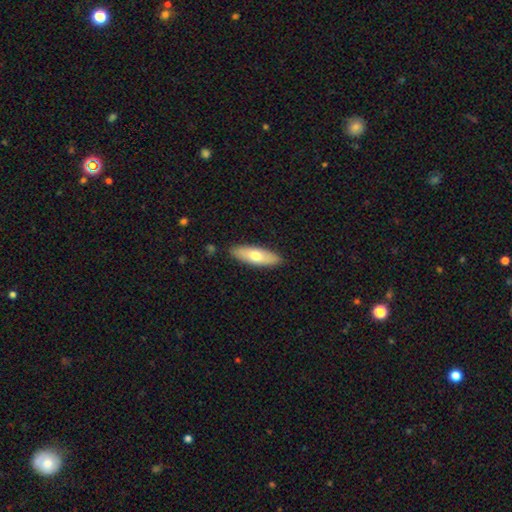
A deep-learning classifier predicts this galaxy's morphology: Smooth or featured? smooth (65%)
How rounded? in between (58%)
Merging? none (87%)